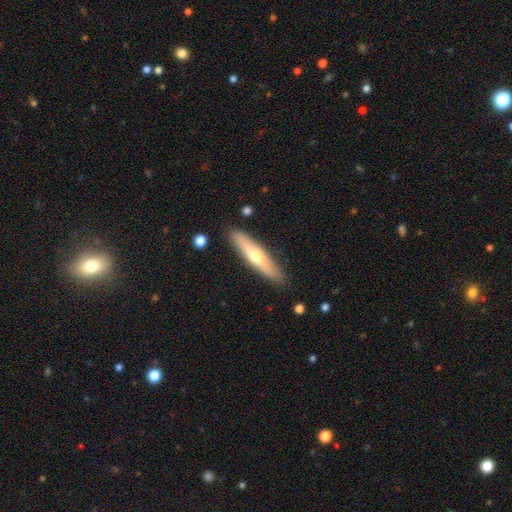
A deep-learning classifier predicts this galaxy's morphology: A smooth galaxy with no disk features (50%) that is cigar-shaped (83%). Merging: none (88%).